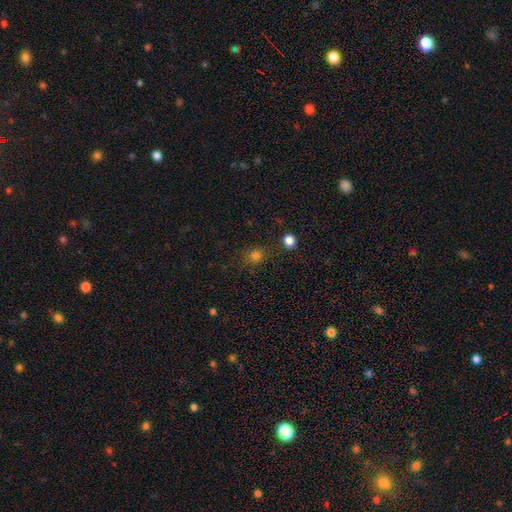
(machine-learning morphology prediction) This appears to be a smooth galaxy with no disk features (78%) that is round (79%). Merging: none (77%).